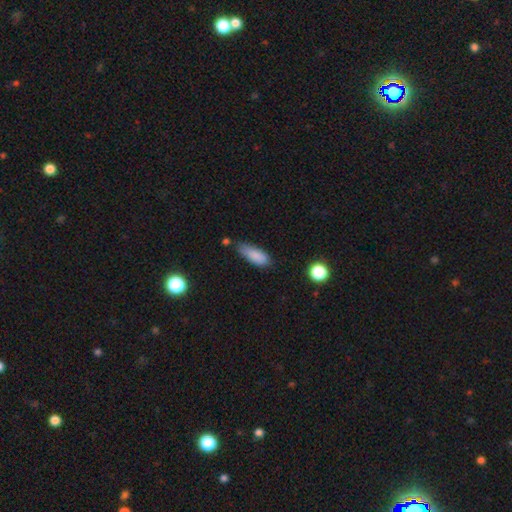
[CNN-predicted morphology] smooth-or-featured: smooth: 85% | star or artifact: 8% | featured or disk: 7%
  how-rounded: in between: 66% | cigar-shaped: 32% | round: 2%
  merging: none: 56% | minor disturbance: 32% | major disturbance: 7% | merger: 5%